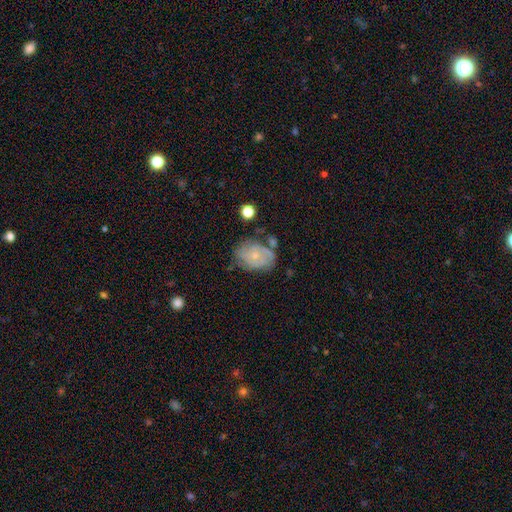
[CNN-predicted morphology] This is likely a featured or disk galaxy (64%). It is clearly not viewed edge-on (97%). Bar: likely no (80%). Spiral arm pattern: likely yes (80%). Central bulge: likely small (68%). Merging: possibly none (57%).